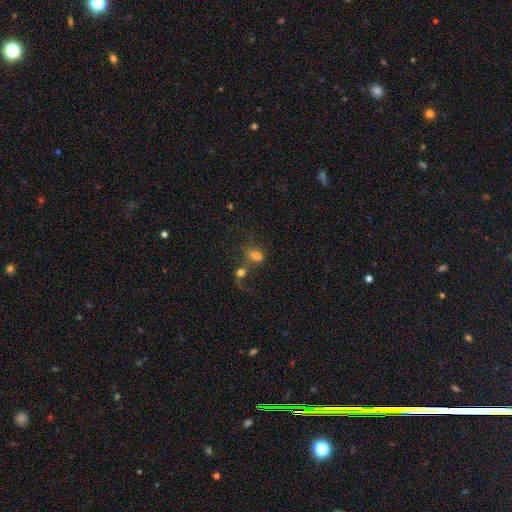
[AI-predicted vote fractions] smooth-or-featured: smooth: 71% | featured or disk: 16% | star or artifact: 13%
  how-rounded: in between: 72% | round: 26% | cigar-shaped: 2%
  merging: merger: 55% | none: 22% | major disturbance: 13% | minor disturbance: 9%